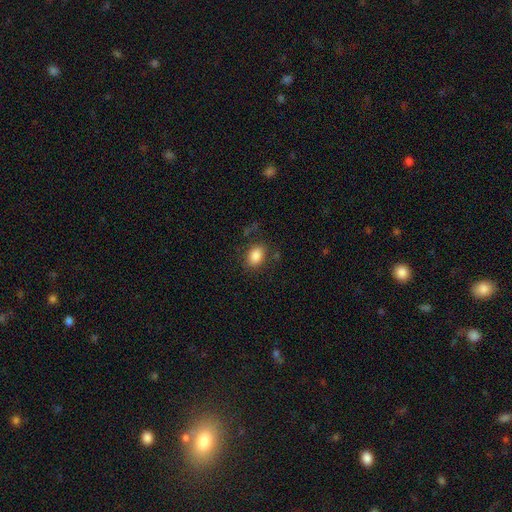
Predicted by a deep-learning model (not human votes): smooth_or_featured: smooth (p=0.86) [alt: star or artifact p=0.09]
how_rounded: in between (p=0.73) [alt: round p=0.26]
merging: none (p=0.78) [alt: minor disturbance p=0.14]